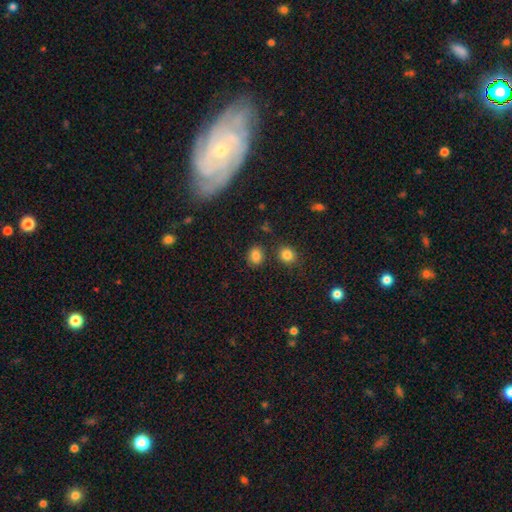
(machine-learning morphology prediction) Smooth or featured?
  - smooth: 83% *
  - star or artifact: 11%
  - featured or disk: 6%
How rounded?
  - round: 50% *
  - in between: 49%
  - cigar-shaped: 1%
Merging?
  - none: 81% *
  - minor disturbance: 11%
  - merger: 5%
  - major disturbance: 3%